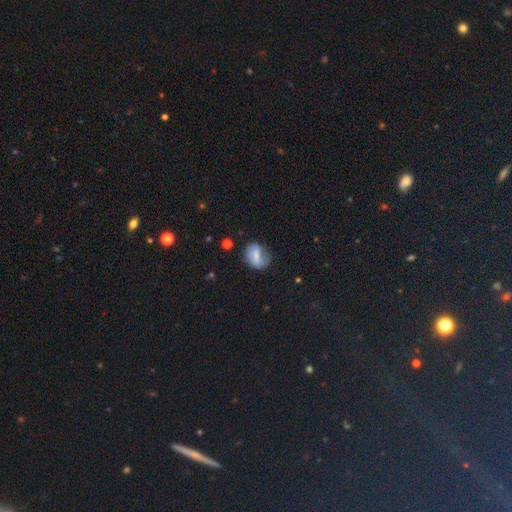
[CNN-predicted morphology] Smooth or featured? Predicted: smooth (p=0.60). How rounded? Predicted: in between (p=0.52). Merging? Predicted: none (p=0.51).